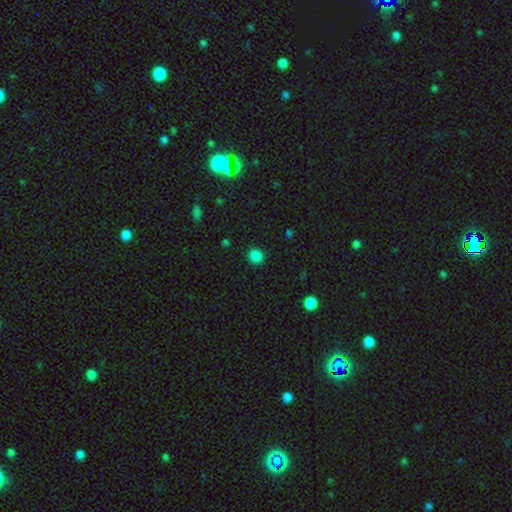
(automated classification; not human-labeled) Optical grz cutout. It shows a smooth galaxy with no disk features (84%) that is round (88%). Merging: none (90%).